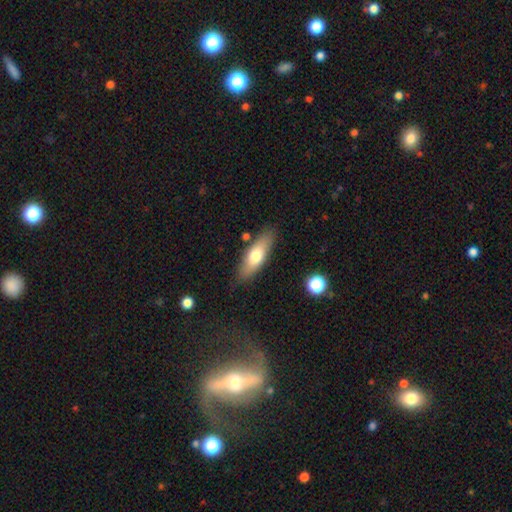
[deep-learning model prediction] smooth 67%, featured or disk 27%, star or artifact 6%. Down the decision tree: how rounded — in between (60%); merging — none (83%).